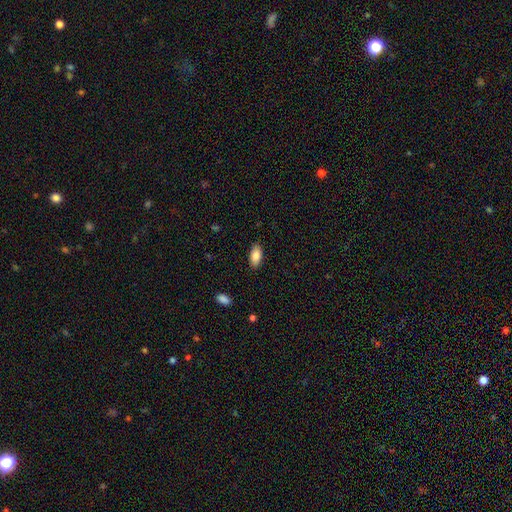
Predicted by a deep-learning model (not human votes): Smooth or featured? smooth (86%)
How rounded? in between (90%)
Merging? none (87%)